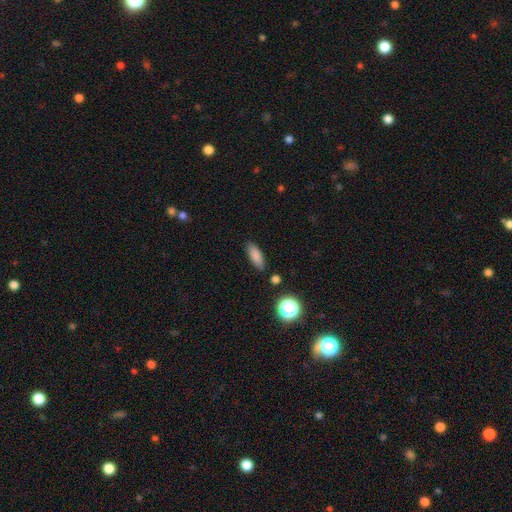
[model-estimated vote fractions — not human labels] Smooth or featured?
  - smooth: 83% *
  - star or artifact: 10%
  - featured or disk: 7%
How rounded?
  - in between: 67% *
  - cigar-shaped: 30%
  - round: 3%
Merging?
  - none: 85% *
  - minor disturbance: 10%
  - merger: 3%
  - major disturbance: 3%